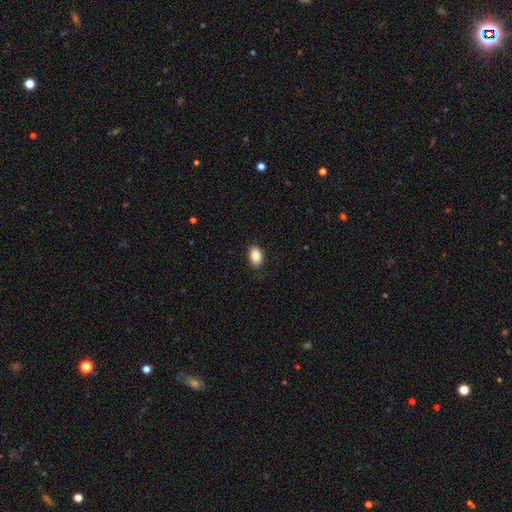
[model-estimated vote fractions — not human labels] smooth_or_featured: smooth (p=0.87) [alt: star or artifact p=0.08]
how_rounded: in between (p=0.82) [alt: round p=0.17]
merging: none (p=0.86) [alt: minor disturbance p=0.11]